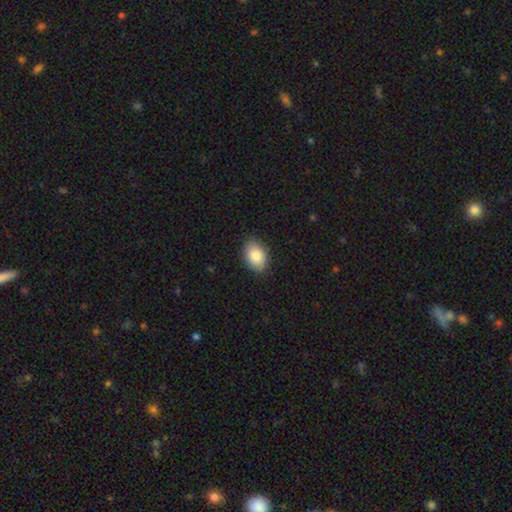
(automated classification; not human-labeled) A smooth galaxy with no disk features (87%) that is in between round and cigar-shaped (88%). Merging: none (86%).